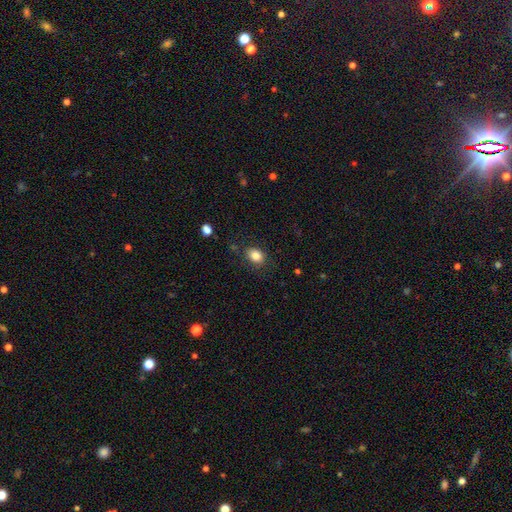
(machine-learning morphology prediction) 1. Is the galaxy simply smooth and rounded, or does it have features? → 84% smooth, 10% star or artifact, 6% featured or disk.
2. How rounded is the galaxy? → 64% in between, 35% round, 1% cigar-shaped.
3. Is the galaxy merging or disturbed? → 80% none, 14% minor disturbance, 4% major disturbance, 2% merger.